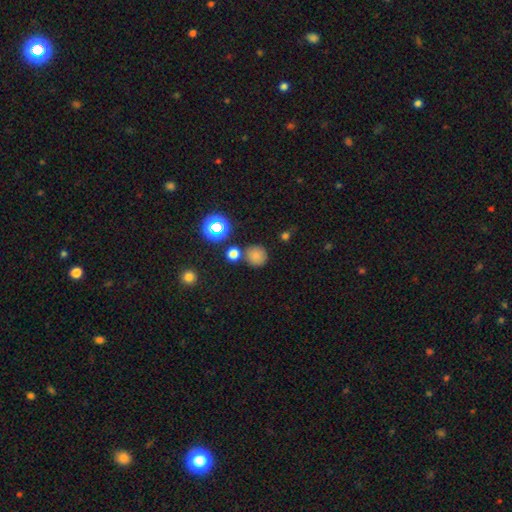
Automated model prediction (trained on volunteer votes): Smooth or featured? smooth (75%)
How rounded? round (91%)
Merging? none (74%)